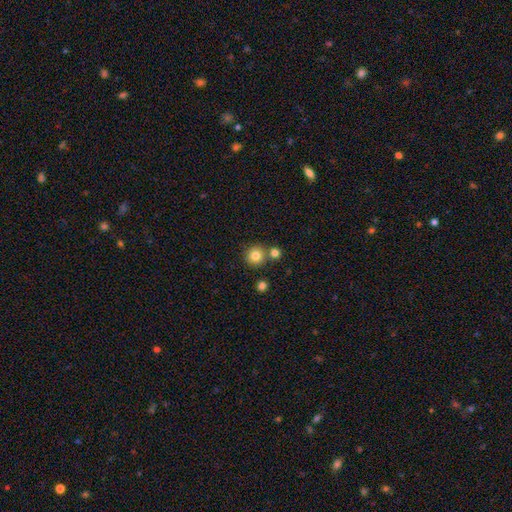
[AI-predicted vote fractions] Smooth or featured? Predicted: smooth (p=0.81). How rounded? Predicted: round (p=0.93). Merging? Predicted: none (p=0.73).